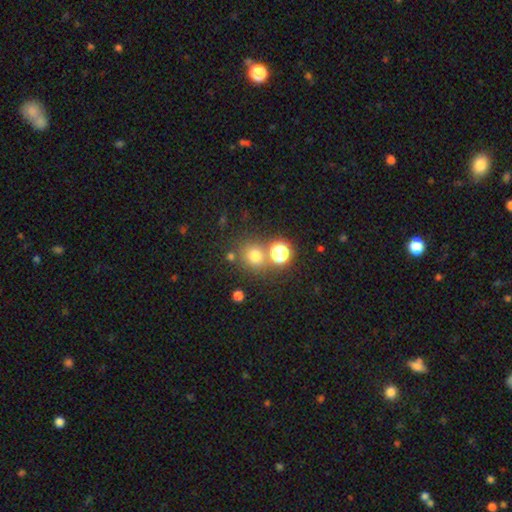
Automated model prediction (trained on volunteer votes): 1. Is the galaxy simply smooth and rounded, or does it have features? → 70% smooth, 23% star or artifact, 8% featured or disk.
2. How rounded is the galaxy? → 84% round, 15% in between, 1% cigar-shaped.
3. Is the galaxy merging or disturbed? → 71% none, 16% merger, 9% minor disturbance, 4% major disturbance.